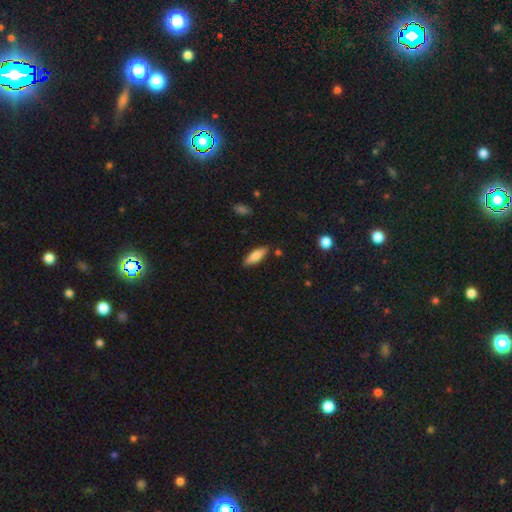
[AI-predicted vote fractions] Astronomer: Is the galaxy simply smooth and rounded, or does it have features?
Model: smooth — 79%.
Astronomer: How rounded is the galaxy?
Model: in between — 54% (runner-up: cigar-shaped, 44%).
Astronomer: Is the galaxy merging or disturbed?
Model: none — 84%.